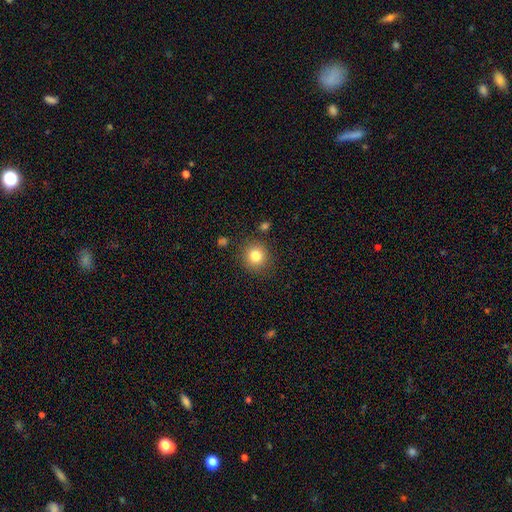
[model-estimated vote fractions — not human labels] The model was most divided on "smooth or featured": smooth: 82%, star or artifact: 11%, featured or disk: 7%. More confident: how rounded — round (90%); merging — none (86%).